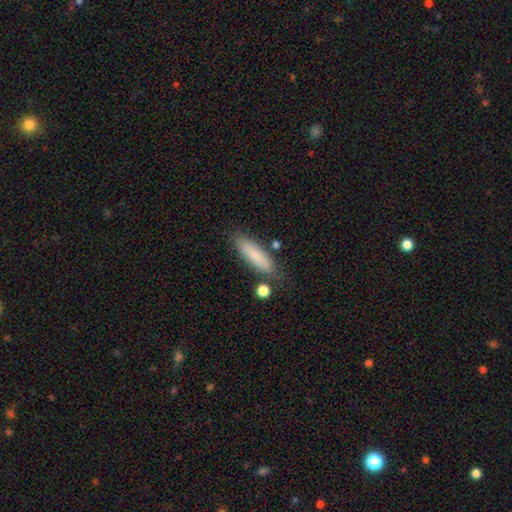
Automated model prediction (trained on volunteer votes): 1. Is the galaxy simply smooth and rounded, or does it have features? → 81% smooth, 12% featured or disk, 7% star or artifact.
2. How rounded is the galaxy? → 64% cigar-shaped, 34% in between, 2% round.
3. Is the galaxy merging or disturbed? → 77% none, 14% minor disturbance, 6% merger, 4% major disturbance.